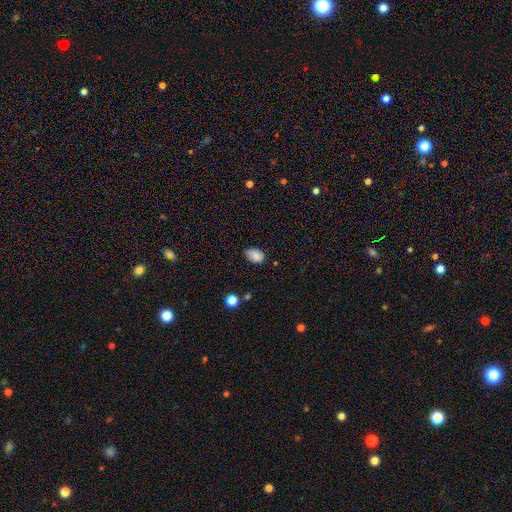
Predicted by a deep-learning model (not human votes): A smooth galaxy with no disk features (84%) that is in between round and cigar-shaped (83%). Merging: none (67%).